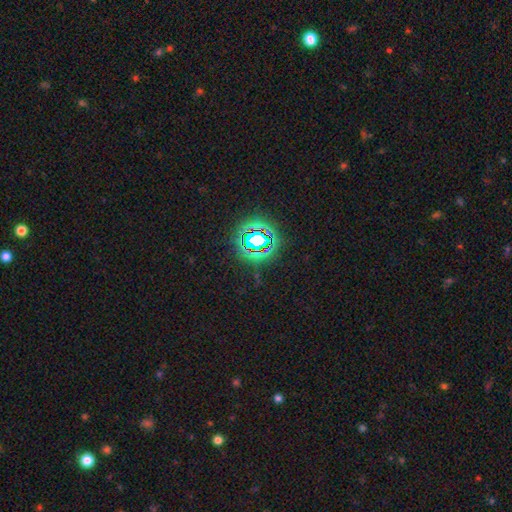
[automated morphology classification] Overall: star or artifact (71%).